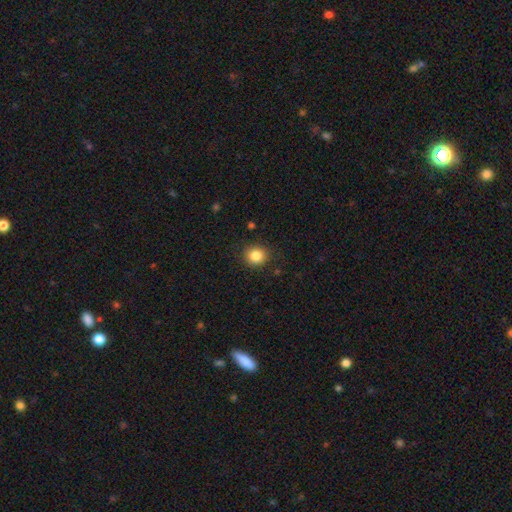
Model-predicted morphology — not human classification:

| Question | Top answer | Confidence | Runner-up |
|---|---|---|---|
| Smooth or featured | smooth | 85% | star or artifact (10%) |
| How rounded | round | 81% | in between (18%) |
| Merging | none | 87% | minor disturbance (9%) |